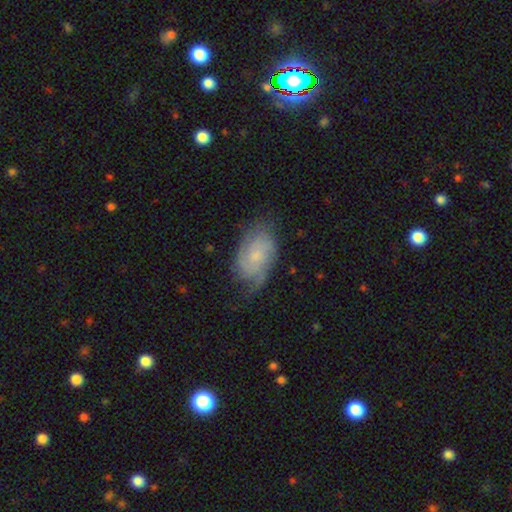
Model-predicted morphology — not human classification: Q: Smooth or featured?
A: featured or disk (59%); runner-up: smooth (34%)
Q: Edge-on disk?
A: no (96%); runner-up: yes (4%)
Q: Bar?
A: no (70%); runner-up: weak (27%)
Q: Spiral arms?
A: yes (89%); runner-up: no (11%)
Q: Spiral winding?
A: tight (44%); runner-up: medium (39%)
Q: Spiral arm count?
A: 2 (41%); runner-up: can't tell (33%)
Q: Bulge size?
A: small (53%); runner-up: moderate (28%)
Q: Merging?
A: none (56%); runner-up: minor disturbance (29%)